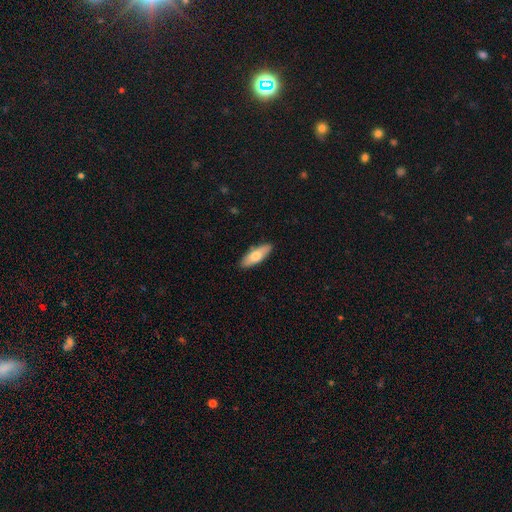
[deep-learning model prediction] Smooth or featured? smooth (69%)
How rounded? in between (65%)
Merging? none (89%)